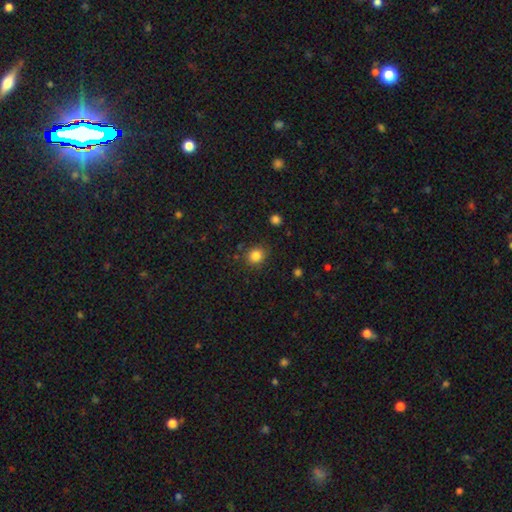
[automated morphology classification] smooth 84%, star or artifact 11%, featured or disk 5%. Down the decision tree: how rounded — round (80%); merging — none (84%).